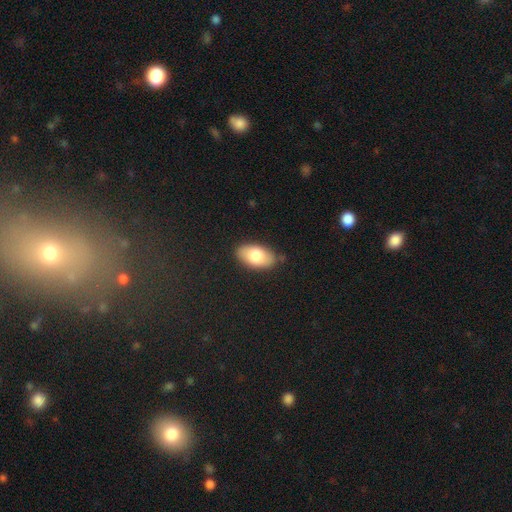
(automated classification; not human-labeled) Morphology: type=smooth (79%); roundness=in between (94%); merging=none (82%).